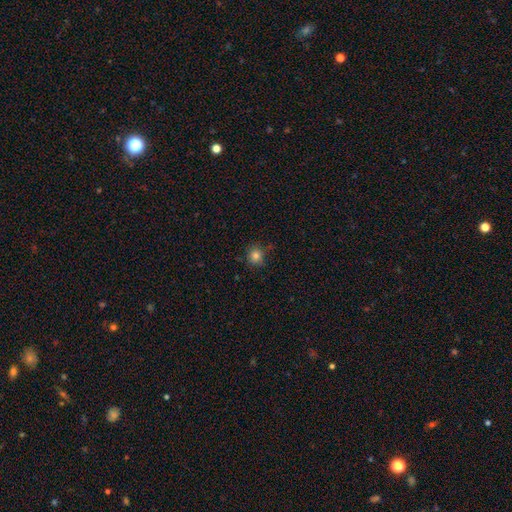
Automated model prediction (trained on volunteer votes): smooth_or_featured: smooth (p=0.81) [alt: star or artifact p=0.13]
how_rounded: round (p=0.88) [alt: in between p=0.11]
merging: none (p=0.83) [alt: minor disturbance p=0.13]